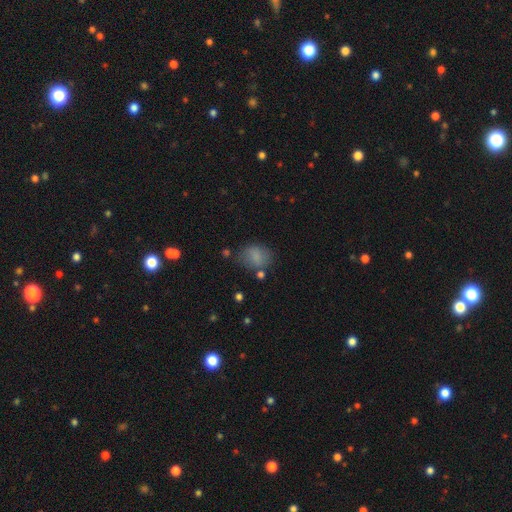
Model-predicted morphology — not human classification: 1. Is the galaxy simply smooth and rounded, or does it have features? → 78% smooth, 11% featured or disk, 10% star or artifact.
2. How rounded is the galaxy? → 62% in between, 37% round, 1% cigar-shaped.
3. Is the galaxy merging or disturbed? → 64% none, 22% minor disturbance, 9% major disturbance, 5% merger.